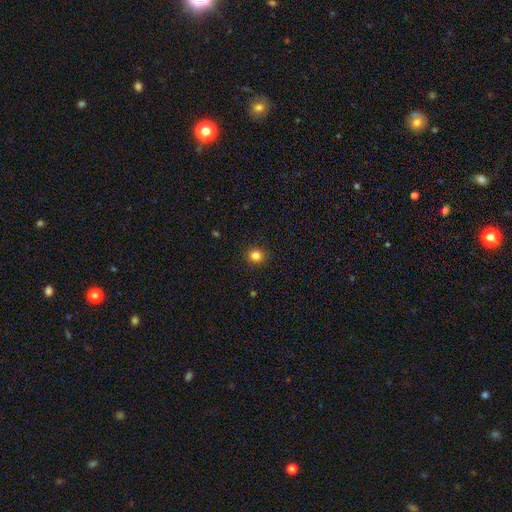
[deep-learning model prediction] smooth_or_featured: smooth (p=0.83) [alt: star or artifact p=0.12]
how_rounded: round (p=0.85) [alt: in between p=0.14]
merging: none (p=0.90) [alt: minor disturbance p=0.07]